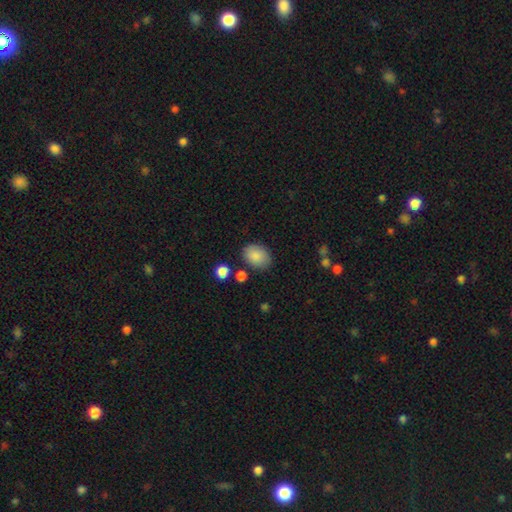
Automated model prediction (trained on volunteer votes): Smooth or featured? Predicted: smooth (p=0.86). How rounded? Predicted: in between (p=0.71). Merging? Predicted: none (p=0.79).